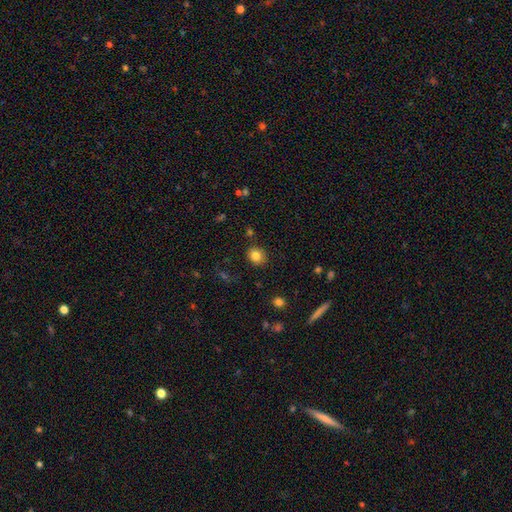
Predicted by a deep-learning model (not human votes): Smooth or featured?
  - smooth: 82% *
  - star or artifact: 11%
  - featured or disk: 7%
How rounded?
  - round: 73% *
  - in between: 27%
  - cigar-shaped: 1%
Merging?
  - none: 86% *
  - minor disturbance: 9%
  - major disturbance: 3%
  - merger: 2%